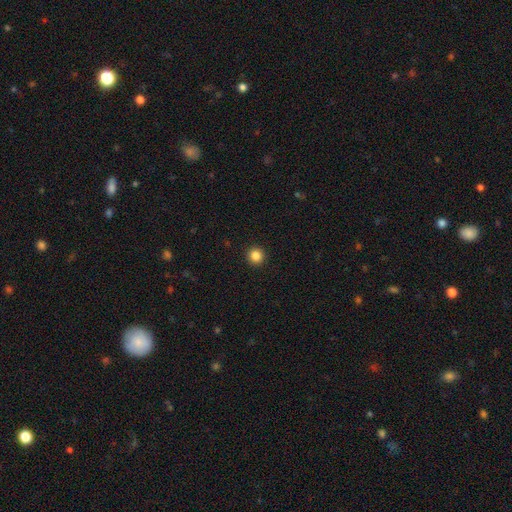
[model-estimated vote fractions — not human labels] Smooth or featured? smooth (86%)
How rounded? round (95%)
Merging? none (94%)